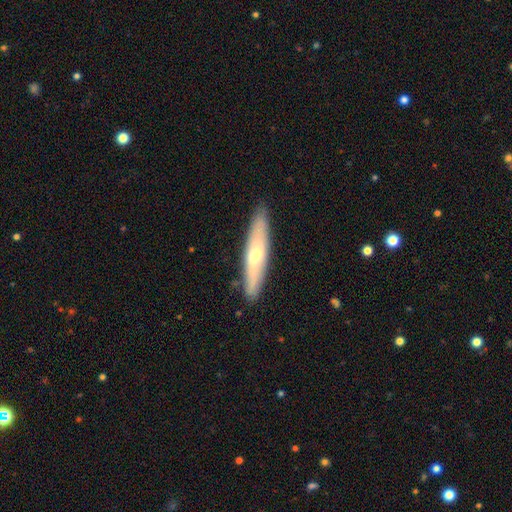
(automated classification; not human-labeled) Q: Smooth or featured?
A: featured or disk (49%); runner-up: smooth (45%)
Q: Merging?
A: none (86%); runner-up: minor disturbance (11%)